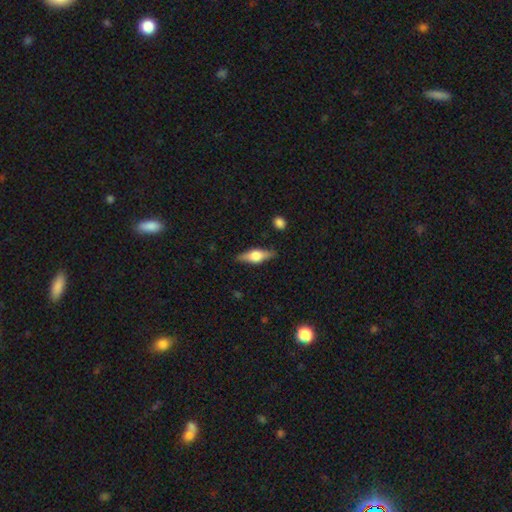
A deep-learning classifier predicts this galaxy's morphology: Q: Smooth or featured?
A: featured or disk (54%); runner-up: smooth (39%)
Q: Edge-on disk?
A: yes (94%); runner-up: no (6%)
Q: Edge-on bulge?
A: rounded (91%); runner-up: boxy (8%)
Q: Merging?
A: none (86%); runner-up: minor disturbance (10%)